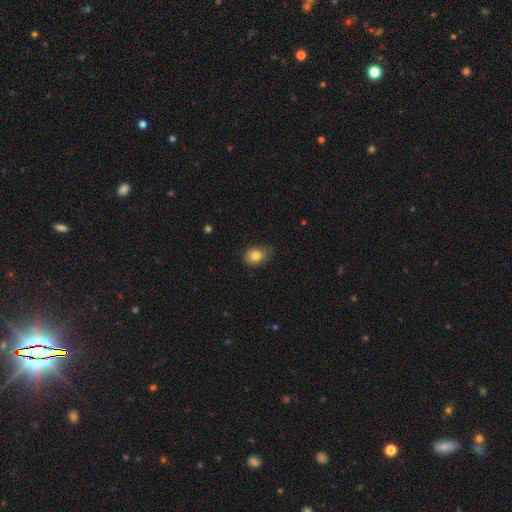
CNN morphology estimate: type=smooth (81%); roundness=in between (59%); merging=none (76%).